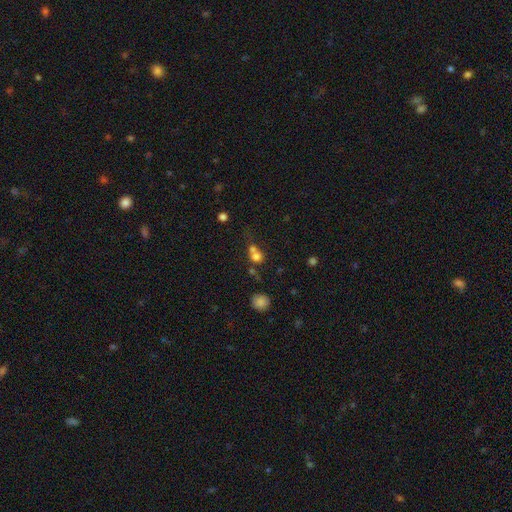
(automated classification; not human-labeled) Overall: smooth (73%). How rounded: round (82%). Merging: merger (52%; none 35%).